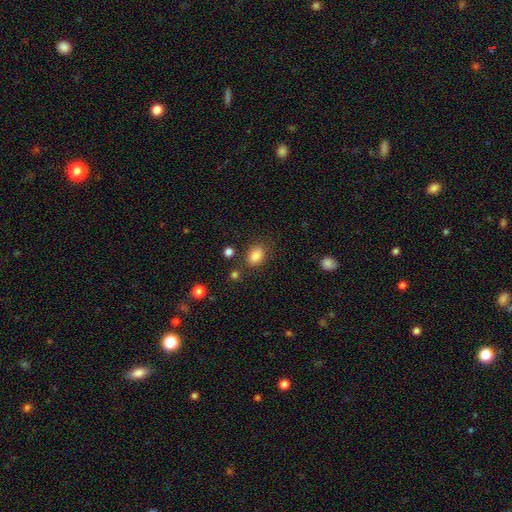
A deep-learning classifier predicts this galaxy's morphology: A smooth galaxy with no disk features (84%) that is in between round and cigar-shaped (73%).

Vote fractions:
- Smooth or featured? smooth: 84% / star or artifact: 10% / featured or disk: 6%
- How rounded? in between: 73% / round: 26% / cigar-shaped: 1%
- Merging? none: 78% / minor disturbance: 13% / merger: 4% / major disturbance: 4%